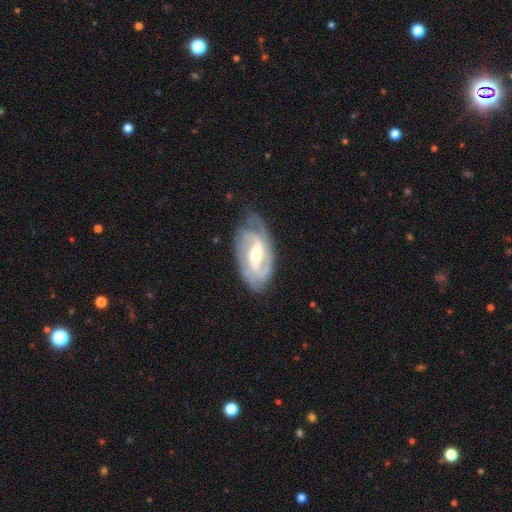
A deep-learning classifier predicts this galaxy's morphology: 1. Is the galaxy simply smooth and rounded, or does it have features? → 85% featured or disk, 10% smooth, 5% star or artifact.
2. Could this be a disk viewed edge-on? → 95% no, 5% yes.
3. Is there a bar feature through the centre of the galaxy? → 47% weak, 33% strong, 20% no.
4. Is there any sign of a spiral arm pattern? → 95% yes, 5% no.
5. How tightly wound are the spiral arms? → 44% medium, 41% tight, 15% loose.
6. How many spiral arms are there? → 57% 2, 18% 3, 15% can't tell, 4% 4, 4% 1, 3% more than 4.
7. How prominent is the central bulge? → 62% moderate, 26% small, 8% large, 2% none, 1% dominant.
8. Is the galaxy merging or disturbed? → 71% none, 21% minor disturbance, 7% major disturbance, 1% merger.